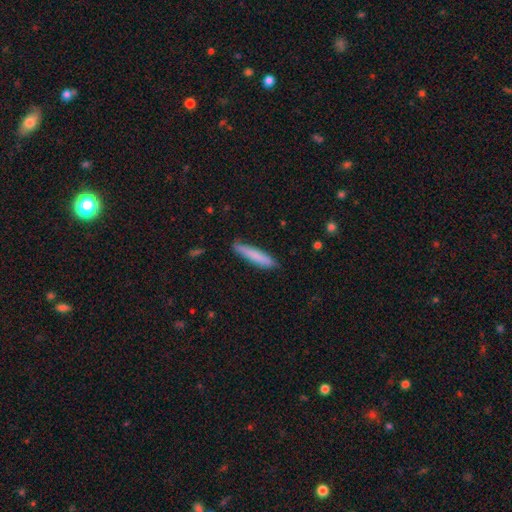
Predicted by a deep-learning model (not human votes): The model was most divided on "smooth or featured": smooth: 79%, featured or disk: 15%, star or artifact: 6%. More confident: how rounded — cigar-shaped (92%); merging — none (86%).